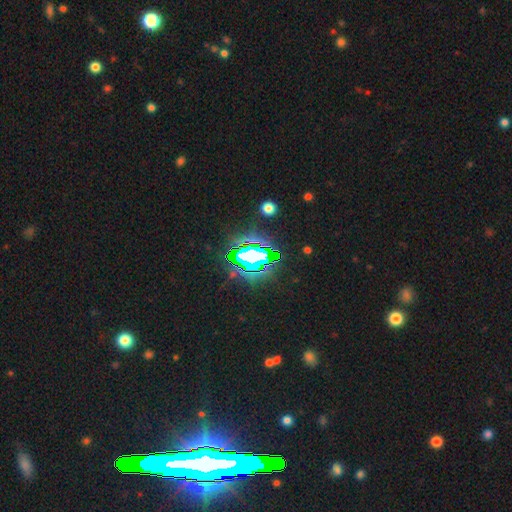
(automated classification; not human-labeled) The model was most divided on "smooth or featured": star or artifact: 73%, smooth: 14%, featured or disk: 13%.